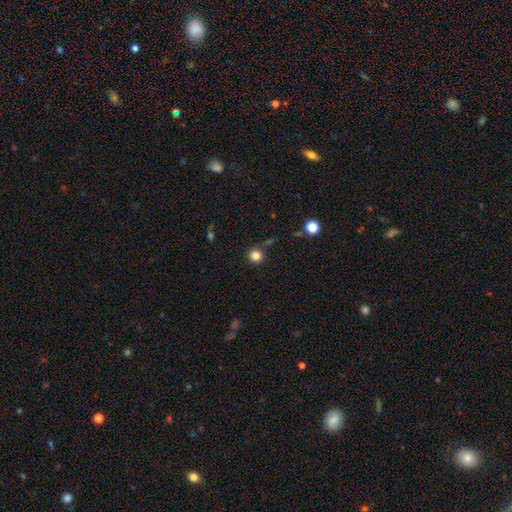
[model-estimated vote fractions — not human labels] A smooth galaxy with no disk features (83%) that is round (91%). Merging: none (82%).